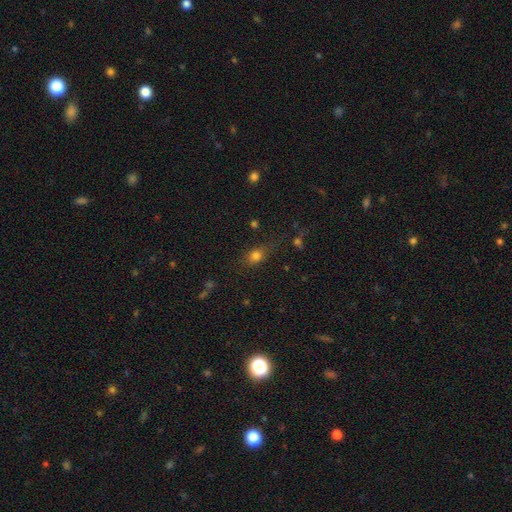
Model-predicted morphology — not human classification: Smooth or featured: smooth — 76% (star or artifact — 15%)
How rounded: in between — 52% (round — 43%)
Merging: none — 64% (minor disturbance — 19%)